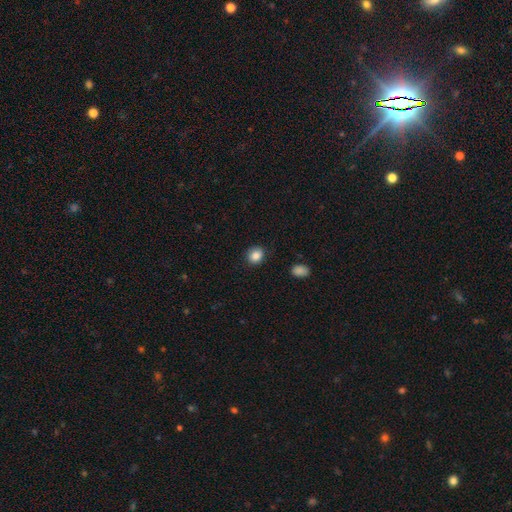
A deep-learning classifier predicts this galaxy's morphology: Smooth or featured? smooth (87%)
How rounded? round (69%)
Merging? none (86%)